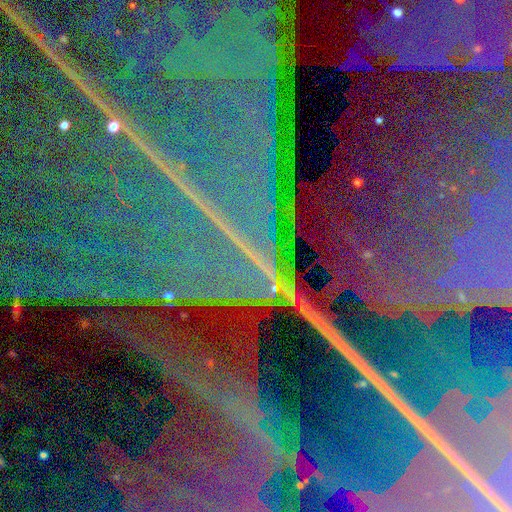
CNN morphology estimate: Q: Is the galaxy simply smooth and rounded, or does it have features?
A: star or artifact — 89%.